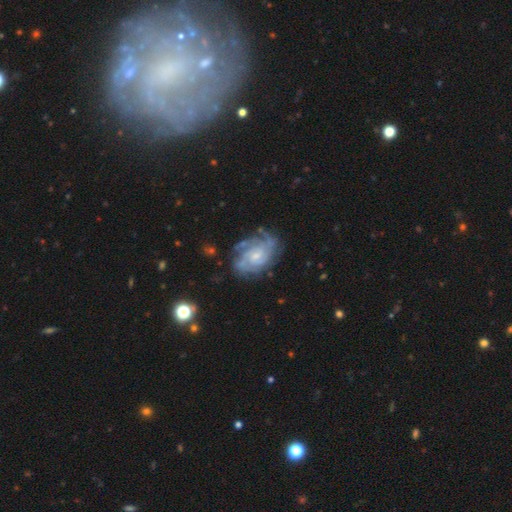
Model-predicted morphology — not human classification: smooth-or-featured: featured or disk: 83% | smooth: 10% | star or artifact: 7%
  disk-edge-on: no: 97% | yes: 3%
    bar: no: 63% | weak: 32% | strong: 5%
    has-spiral-arms: yes: 95% | no: 5%
      spiral-winding: tight: 61% | medium: 31% | loose: 7%
      spiral-arm-count: can't tell: 35% | 3: 20% | 2: 17% | 4: 17% | more than 4: 7% | 1: 5%
    bulge-size: small: 63% | moderate: 28% | none: 6% | large: 2% | dominant: 1%
  merging: none: 67% | minor disturbance: 21% | major disturbance: 10% | merger: 2%